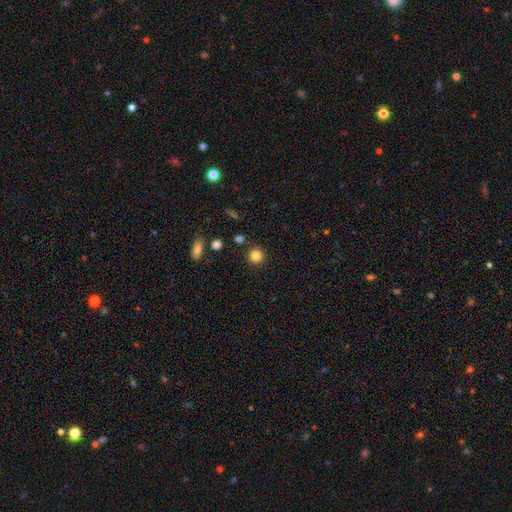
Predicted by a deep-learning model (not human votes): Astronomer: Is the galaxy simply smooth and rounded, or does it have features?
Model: smooth — 83%.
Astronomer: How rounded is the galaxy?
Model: round — 93%.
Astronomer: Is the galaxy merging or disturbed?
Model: none — 88%.